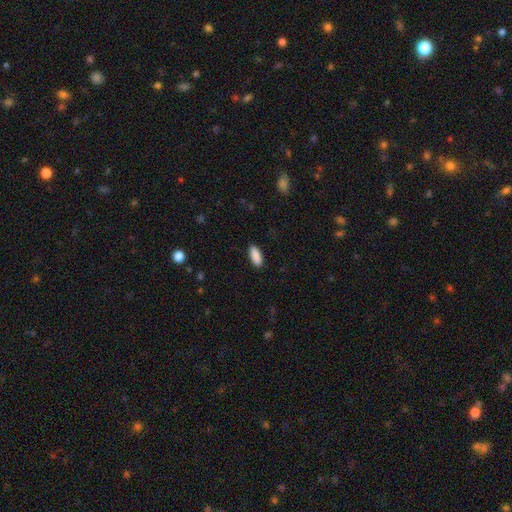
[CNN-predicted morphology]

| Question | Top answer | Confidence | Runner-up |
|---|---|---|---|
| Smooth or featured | smooth | 90% | star or artifact (6%) |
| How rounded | in between | 76% | cigar-shaped (22%) |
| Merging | none | 89% | minor disturbance (8%) |